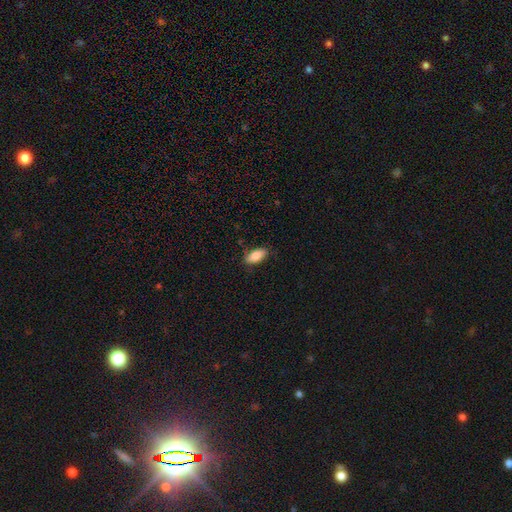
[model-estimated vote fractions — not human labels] A smooth galaxy with no disk features (85%) that is in between round and cigar-shaped (88%). Merging: none (80%).